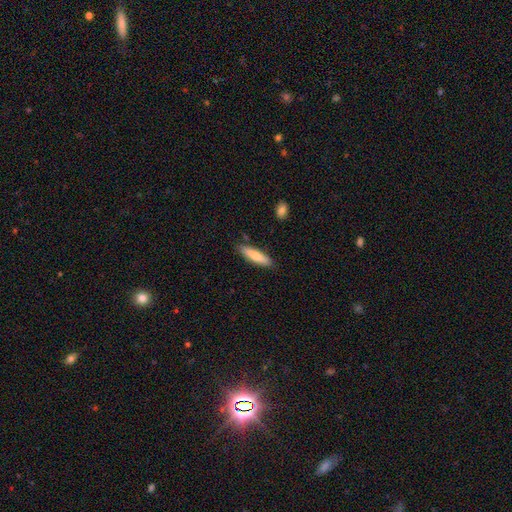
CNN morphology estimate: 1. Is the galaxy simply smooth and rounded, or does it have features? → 72% smooth, 22% featured or disk, 6% star or artifact.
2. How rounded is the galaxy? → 74% cigar-shaped, 25% in between, 1% round.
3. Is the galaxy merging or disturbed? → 86% none, 10% minor disturbance, 2% merger, 2% major disturbance.